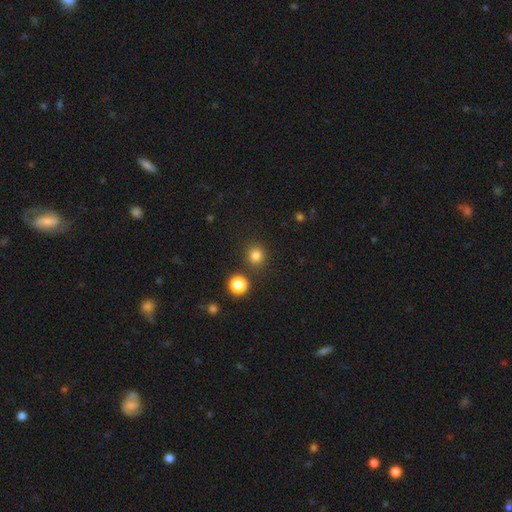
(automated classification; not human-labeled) This appears to be a smooth galaxy with no disk features (80%) that is round (91%). Merging: none (86%).